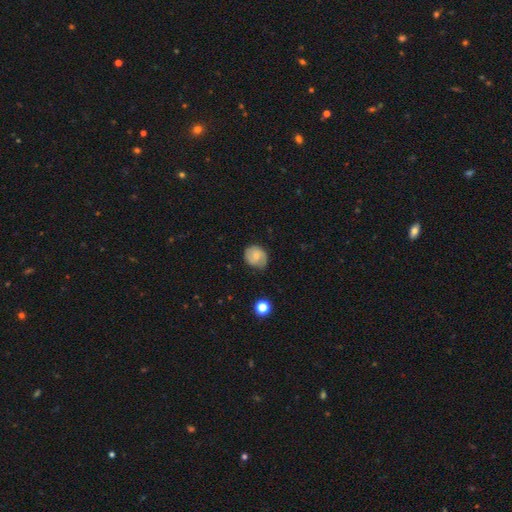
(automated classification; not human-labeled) A smooth galaxy with no disk features (61%) that is round (70%).

Vote fractions:
- Smooth or featured? smooth: 61% / featured or disk: 30% / star or artifact: 8%
- How rounded? round: 70% / in between: 29% / cigar-shaped: 1%
- Merging? none: 64% / minor disturbance: 28% / major disturbance: 7% / merger: 1%